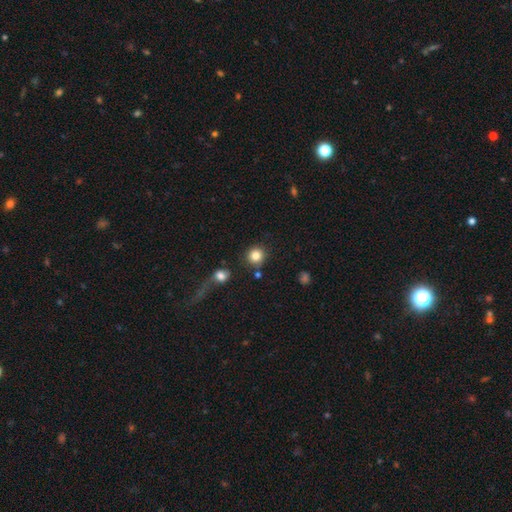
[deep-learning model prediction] Smooth or featured? smooth (84%)
How rounded? round (91%)
Merging? none (80%)